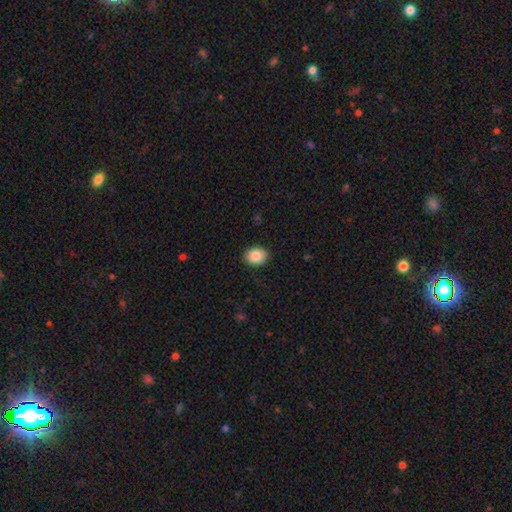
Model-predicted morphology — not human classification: This is clearly a smooth galaxy (87%). How rounded: possibly in between (54%). Merging: clearly none (90%).